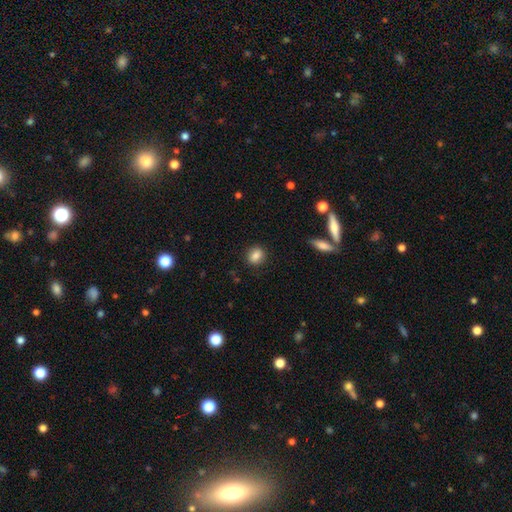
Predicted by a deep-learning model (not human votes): Smooth or featured?
  - smooth: 86% *
  - star or artifact: 9%
  - featured or disk: 6%
How rounded?
  - round: 58% *
  - in between: 40%
  - cigar-shaped: 2%
Merging?
  - none: 87% *
  - minor disturbance: 9%
  - major disturbance: 3%
  - merger: 1%